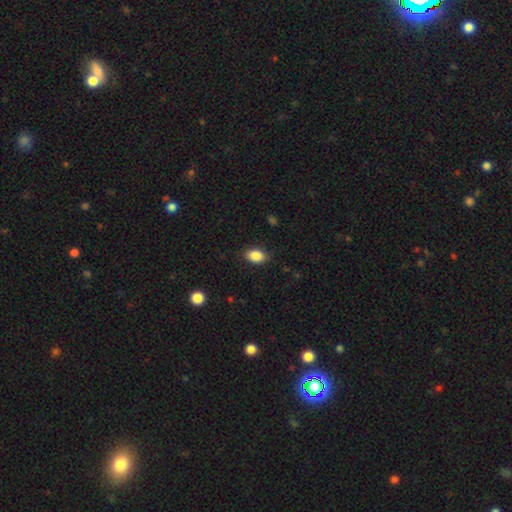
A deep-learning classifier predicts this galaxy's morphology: smooth 88%, star or artifact 8%, featured or disk 4%. Down the decision tree: how rounded — in between (88%); merging — none (86%).